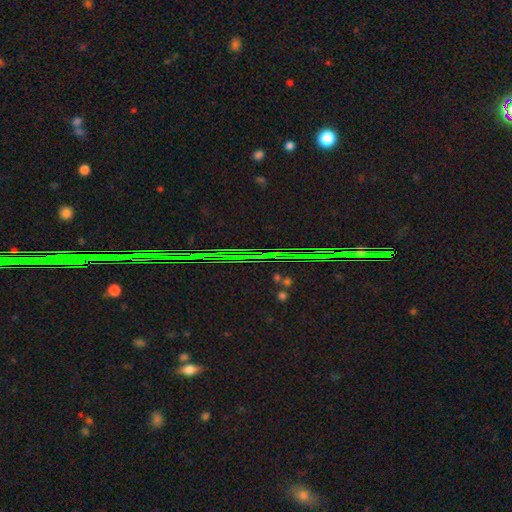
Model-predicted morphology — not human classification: star or artifact 86%, featured or disk 7%, smooth 7%.